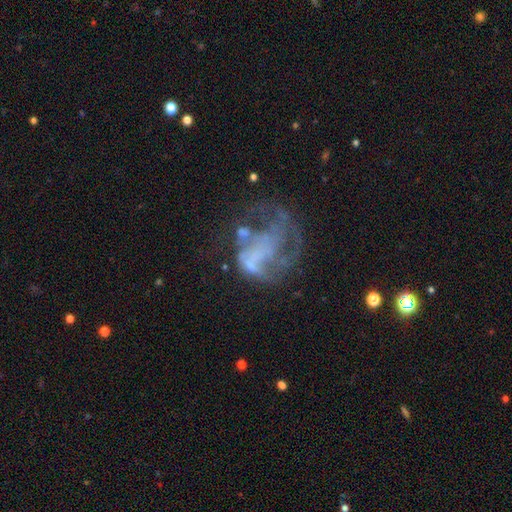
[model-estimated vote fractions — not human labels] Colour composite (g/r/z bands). It shows a featured or disk galaxy (69%) with no bar (81%), no spiral arms (61%) and no central bulge (72%). Merging: major disturbance (50%).